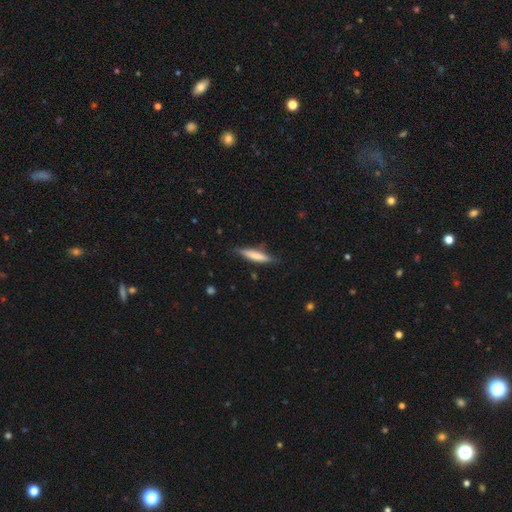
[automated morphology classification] This is likely a smooth galaxy (67%). How rounded: clearly cigar-shaped (87%). Merging: clearly none (82%).